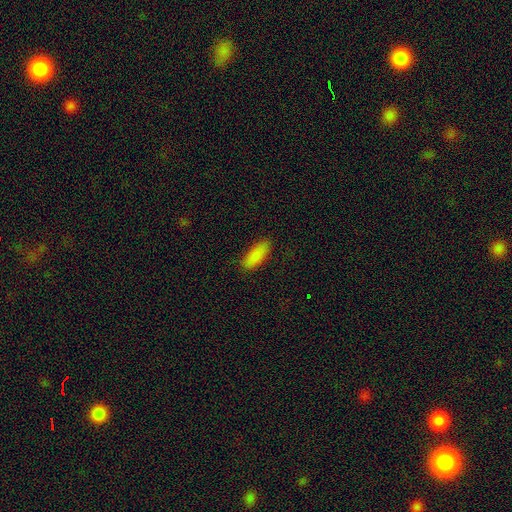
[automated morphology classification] Smooth or featured: smooth — 87% (star or artifact — 7%)
How rounded: in between — 75% (cigar-shaped — 23%)
Merging: none — 86% (minor disturbance — 11%)